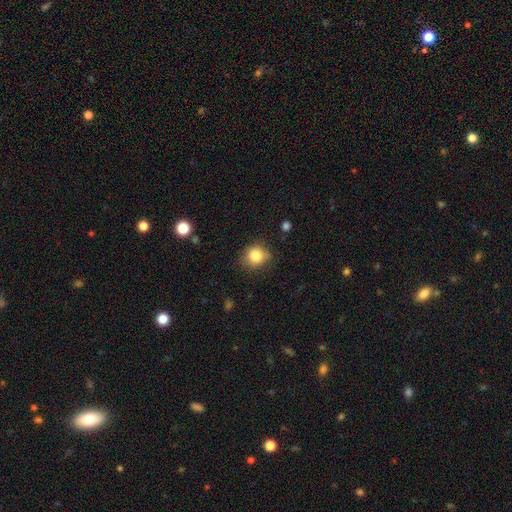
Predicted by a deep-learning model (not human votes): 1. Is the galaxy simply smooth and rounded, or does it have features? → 83% smooth, 10% star or artifact, 7% featured or disk.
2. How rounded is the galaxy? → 77% round, 22% in between, 1% cigar-shaped.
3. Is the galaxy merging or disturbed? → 75% none, 19% minor disturbance, 4% major disturbance, 2% merger.